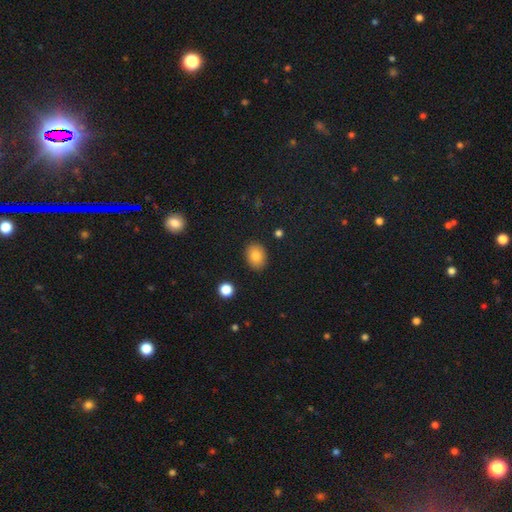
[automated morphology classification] smooth_or_featured: smooth (p=0.84) [alt: star or artifact p=0.09]
how_rounded: in between (p=0.66) [alt: round p=0.33]
merging: none (p=0.87) [alt: minor disturbance p=0.09]